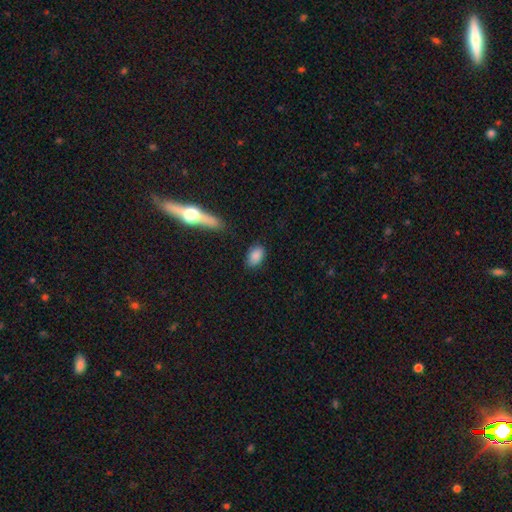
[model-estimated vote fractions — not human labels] smooth-or-featured: smooth: 87% | star or artifact: 8% | featured or disk: 6%
  how-rounded: in between: 89% | round: 9% | cigar-shaped: 2%
  merging: none: 80% | minor disturbance: 13% | major disturbance: 4% | merger: 3%